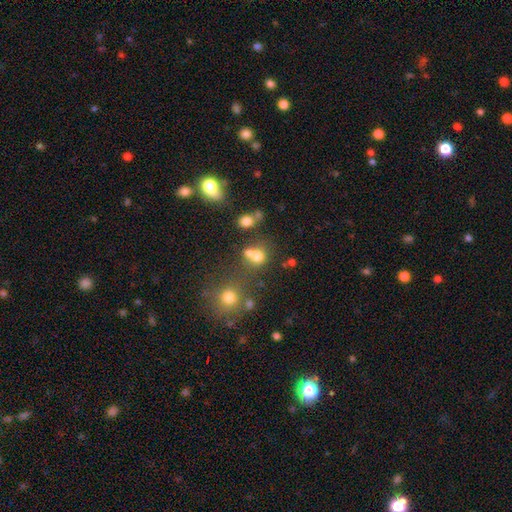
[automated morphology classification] smooth-or-featured: smooth: 69% | star or artifact: 18% | featured or disk: 13%
  how-rounded: round: 62% | in between: 37% | cigar-shaped: 1%
  merging: merger: 43% | none: 39% | minor disturbance: 11% | major disturbance: 7%